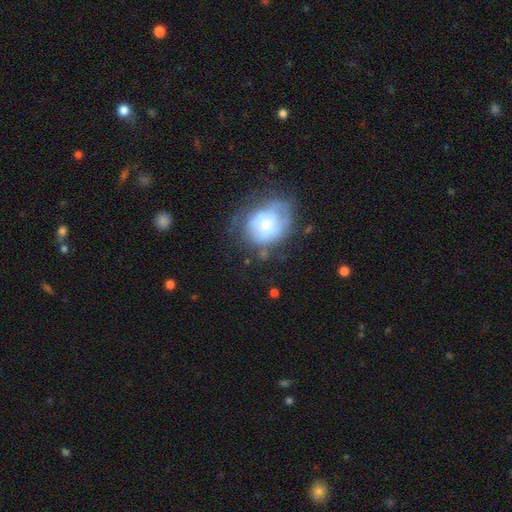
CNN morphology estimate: Overall: smooth (42%; featured or disk 30%). Merging: none (75%).